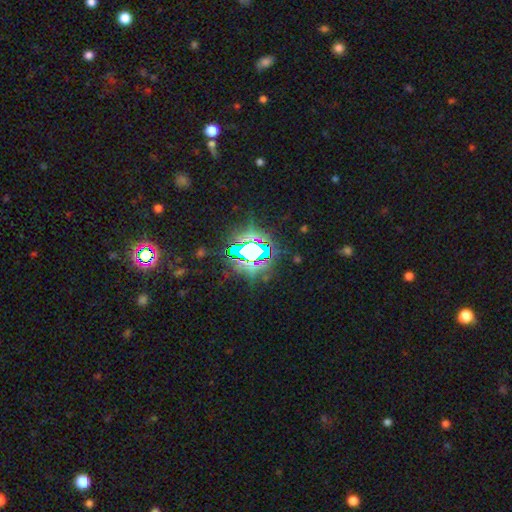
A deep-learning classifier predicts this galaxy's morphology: Smooth or featured? Predicted: star or artifact (p=0.82).